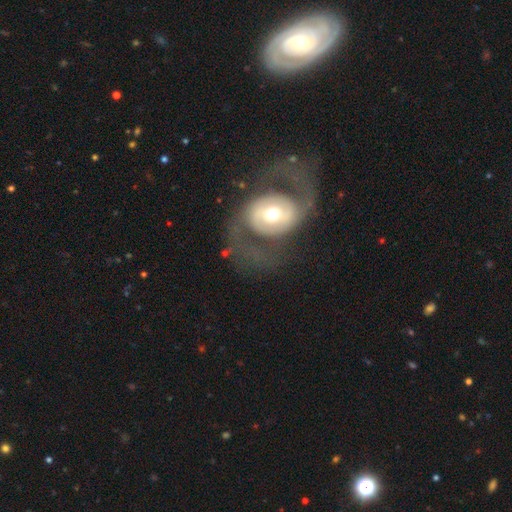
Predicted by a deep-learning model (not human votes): featured or disk 80%, smooth 13%, star or artifact 7%. Down the decision tree: edge-on disk — no (96%); bar — no (50%); spiral arms — yes (81%); spiral arm count — 2 (88%); spiral winding — medium (49%); bulge size — moderate (58%); merging — none (68%).